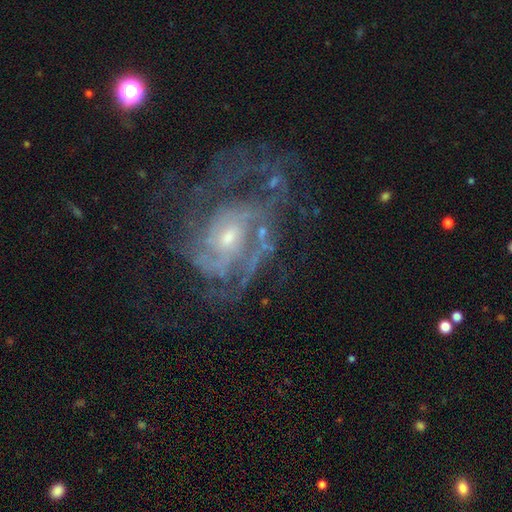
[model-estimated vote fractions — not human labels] smooth_or_featured: featured or disk (p=0.85) [alt: star or artifact p=0.08]
disk_edge_on: no (p=0.97) [alt: yes p=0.03]
bar: no (p=0.60) [alt: weak p=0.33]
has_spiral_arms: yes (p=0.90) [alt: no p=0.10]
spiral_winding: tight (p=0.47) [alt: medium p=0.39]
spiral_arm_count: can't tell (p=0.35) [alt: 2 p=0.27]
bulge_size: small (p=0.55) [alt: moderate p=0.39]
merging: none (p=0.48) [alt: major disturbance p=0.29]